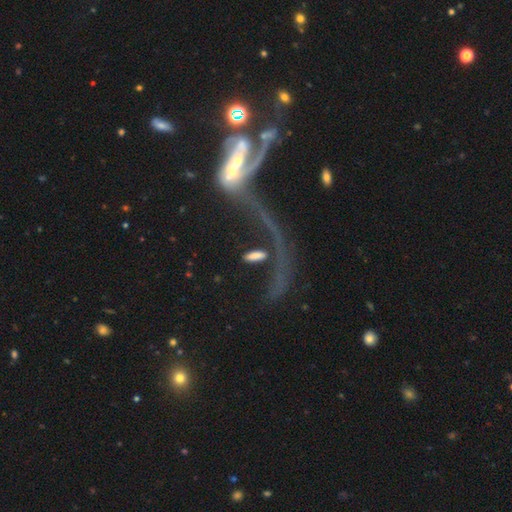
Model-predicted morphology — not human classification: Smooth or featured?
  - smooth: 66% *
  - featured or disk: 20%
  - star or artifact: 14%
How rounded?
  - in between: 67% *
  - cigar-shaped: 26%
  - round: 7%
Merging?
  - none: 48% *
  - major disturbance: 21%
  - merger: 17%
  - minor disturbance: 15%